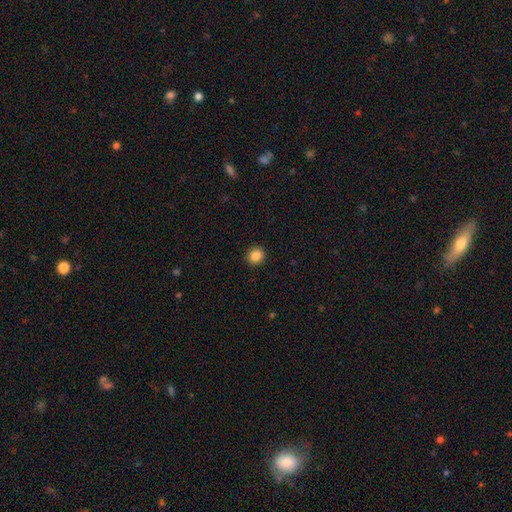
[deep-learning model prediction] Smooth or featured? smooth (86%)
How rounded? round (85%)
Merging? none (92%)